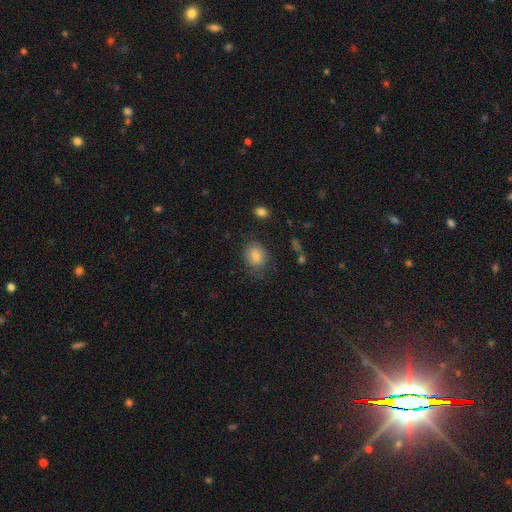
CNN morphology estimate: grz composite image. It shows a smooth galaxy with no disk features (79%) that is round (52%). Merging: none (74%).